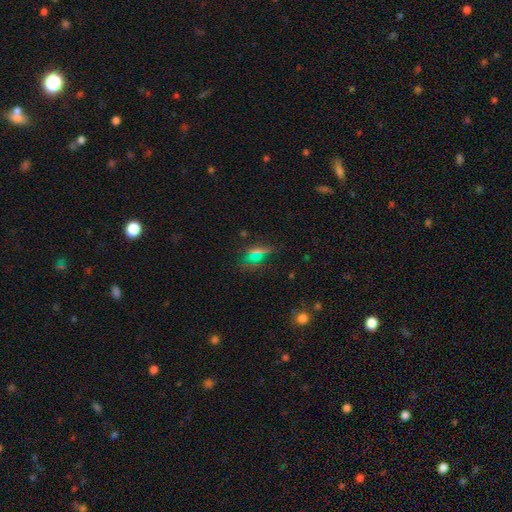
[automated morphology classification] Smooth or featured? Predicted: smooth (p=0.51). How rounded? Predicted: in between (p=0.52). Merging? Predicted: none (p=0.70).